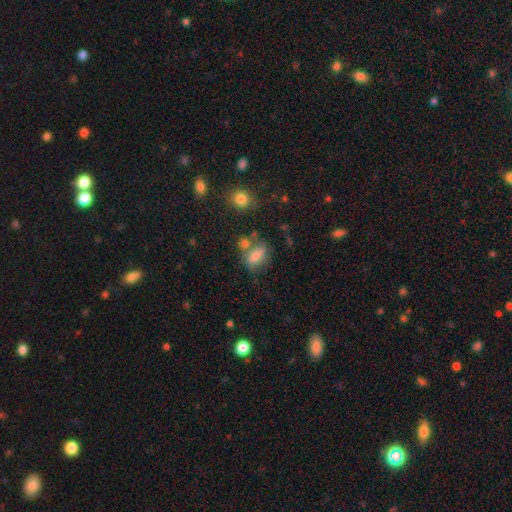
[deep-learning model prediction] Smooth or featured?
  - smooth: 68% *
  - featured or disk: 21%
  - star or artifact: 11%
How rounded?
  - in between: 74% *
  - round: 18%
  - cigar-shaped: 8%
Merging?
  - none: 51% *
  - merger: 22%
  - minor disturbance: 18%
  - major disturbance: 9%